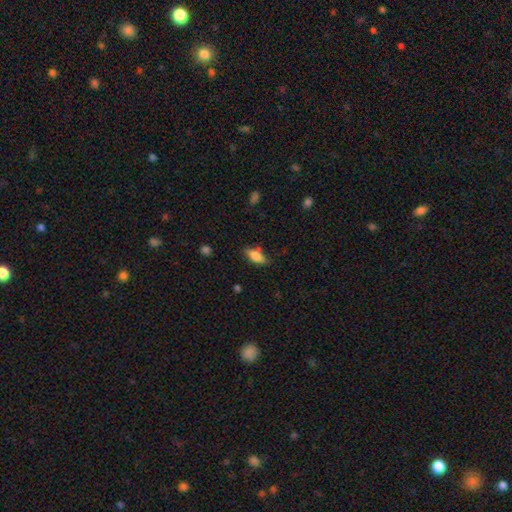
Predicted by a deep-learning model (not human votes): Smooth or featured? smooth (76%)
How rounded? in between (76%)
Merging? none (72%)